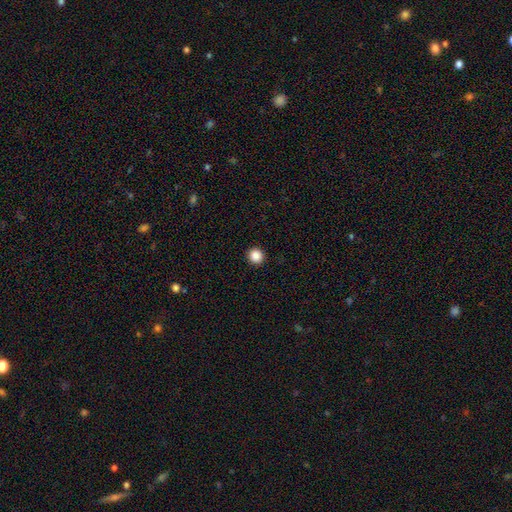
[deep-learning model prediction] Smooth or featured: smooth — 88% (star or artifact — 10%)
How rounded: round — 94% (in between — 5%)
Merging: none — 93% (minor disturbance — 4%)